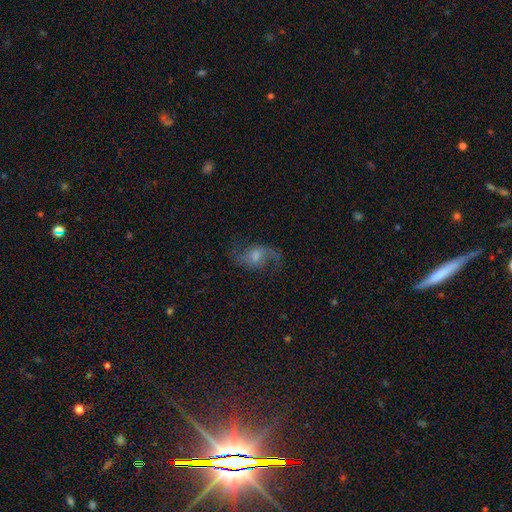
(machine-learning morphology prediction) featured or disk 80%, smooth 11%, star or artifact 9%. Down the decision tree: edge-on disk — no (97%); bar — no (47%); spiral arms — yes (95%); spiral arm count — 2 (91%); spiral winding — loose (66%); bulge size — moderate (47%); merging — none (74%).